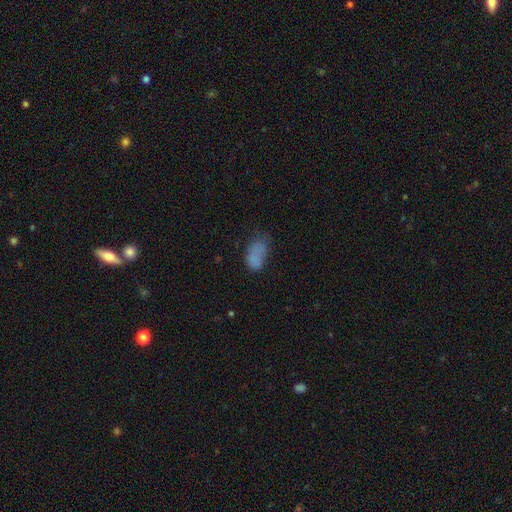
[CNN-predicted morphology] This is likely a smooth galaxy (73%). How rounded: clearly in between (91%). Merging: marginally none (36%).